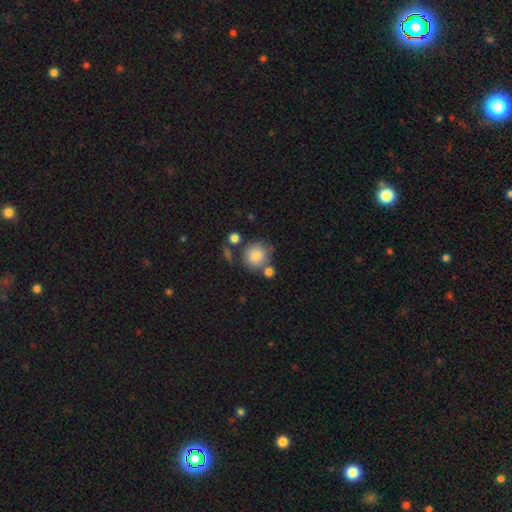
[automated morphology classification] This appears to be a smooth galaxy with no disk features (81%) that is round (90%). Merging: none (65%).